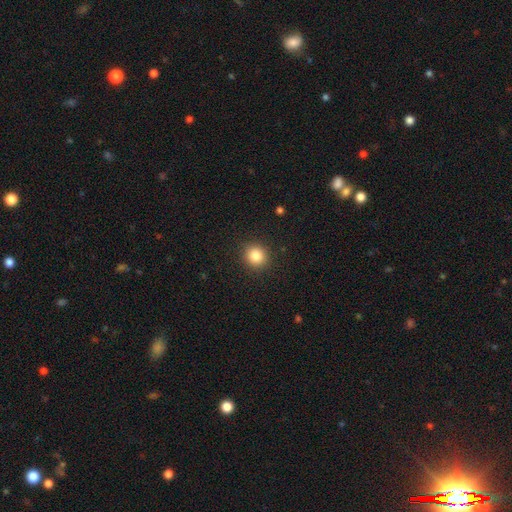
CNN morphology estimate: Q: Smooth or featured?
A: smooth (84%); runner-up: star or artifact (11%)
Q: How rounded?
A: round (90%); runner-up: in between (9%)
Q: Merging?
A: none (91%); runner-up: minor disturbance (6%)